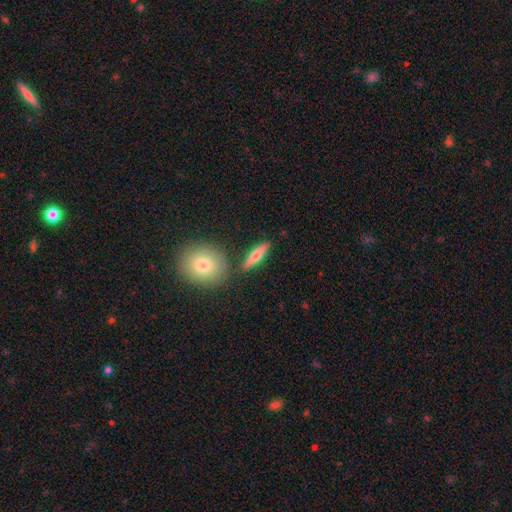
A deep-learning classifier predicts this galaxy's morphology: type=smooth (57%); roundness=cigar-shaped (65%); merging=none (82%).